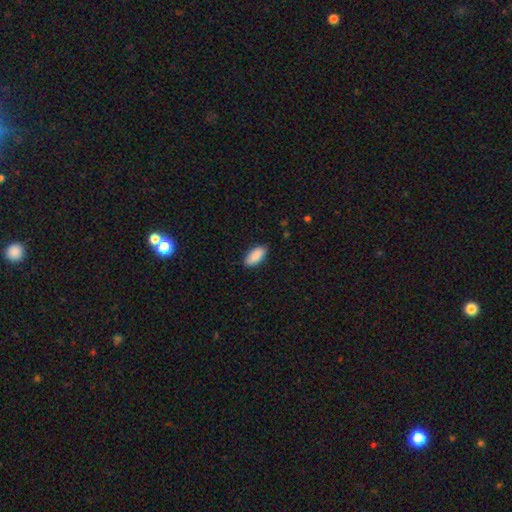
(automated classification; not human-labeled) smooth_or_featured: smooth (p=0.90) [alt: star or artifact p=0.06]
how_rounded: in between (p=0.89) [alt: cigar-shaped p=0.09]
merging: none (p=0.87) [alt: minor disturbance p=0.10]